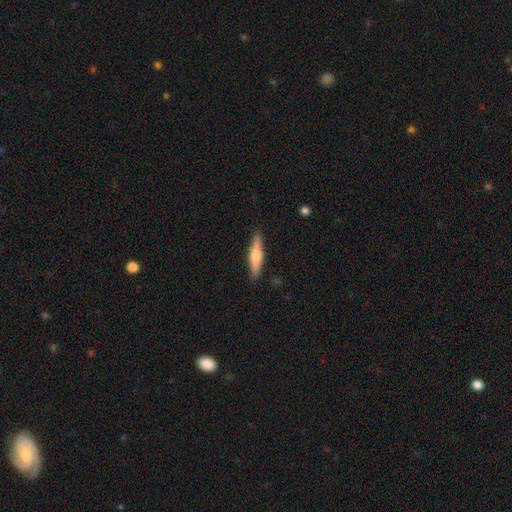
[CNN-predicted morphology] Overall: smooth (61%; featured or disk 33%). How rounded: cigar-shaped (85%). Merging: none (89%).